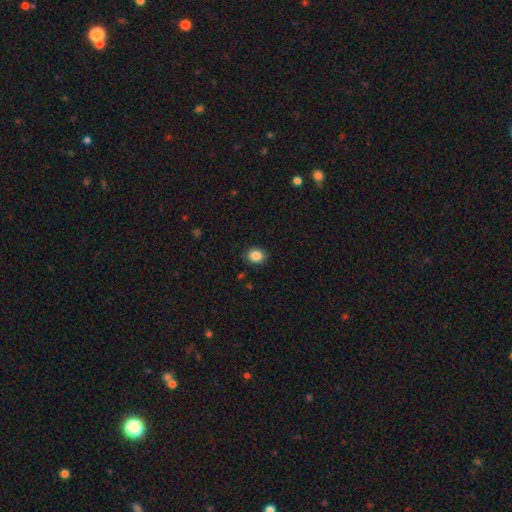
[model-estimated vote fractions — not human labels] Q: Smooth or featured?
A: smooth (87%); runner-up: star or artifact (9%)
Q: How rounded?
A: in between (50%); runner-up: round (49%)
Q: Merging?
A: none (87%); runner-up: minor disturbance (10%)